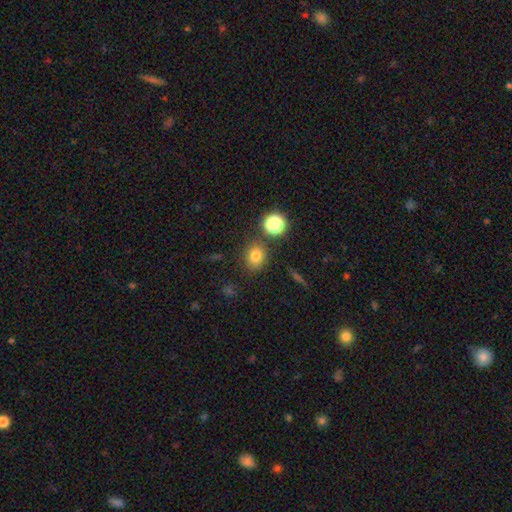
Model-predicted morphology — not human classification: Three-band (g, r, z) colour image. It shows a smooth galaxy with no disk features (75%) that is round (69%). Merging: none (82%).